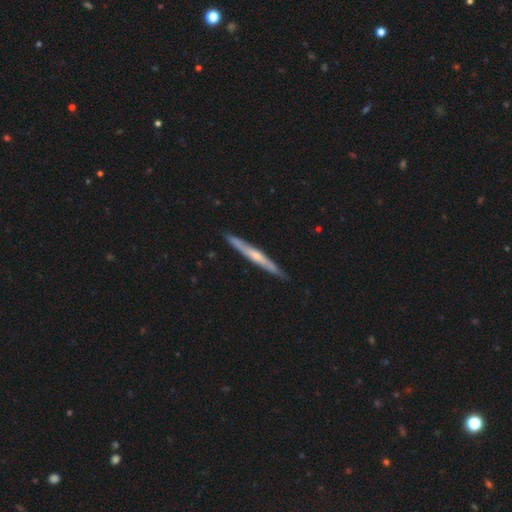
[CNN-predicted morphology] featured or disk 60%, smooth 34%, star or artifact 6%. Down the decision tree: edge-on disk — yes (95%); edge-on bulge — rounded (51%); merging — none (89%).